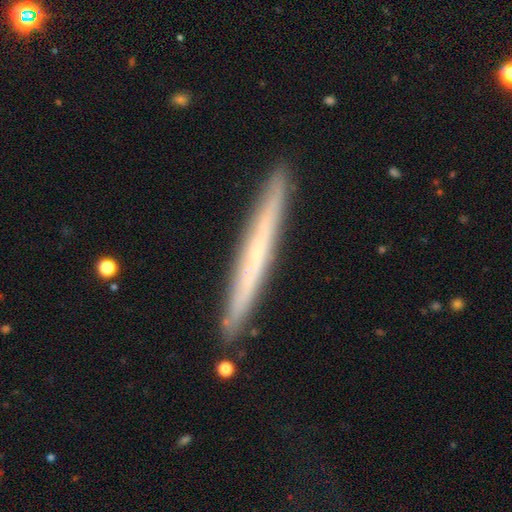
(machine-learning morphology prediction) Smooth or featured? featured or disk (55%)
Edge-on disk? yes (96%)
Edge-on bulge? none (84%)
Merging? none (90%)